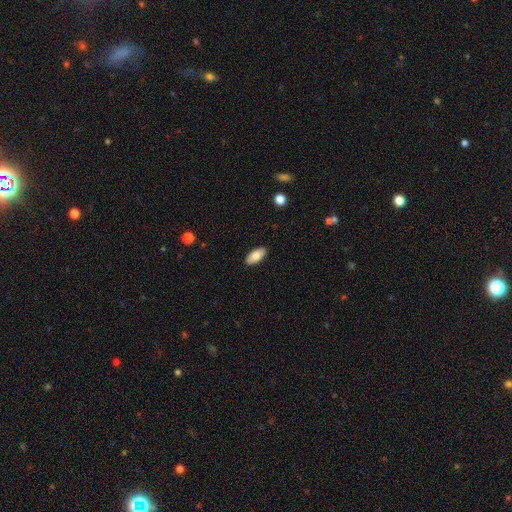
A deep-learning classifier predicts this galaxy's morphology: Smooth or featured?
  - smooth: 81% *
  - featured or disk: 13%
  - star or artifact: 6%
How rounded?
  - in between: 91% *
  - cigar-shaped: 7%
  - round: 2%
Merging?
  - none: 90% *
  - minor disturbance: 8%
  - major disturbance: 2%
  - merger: 1%